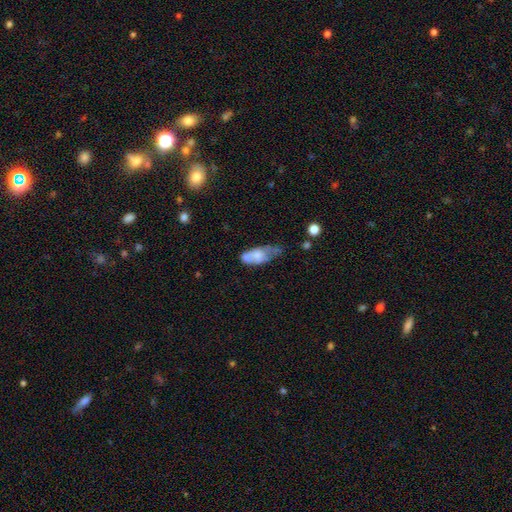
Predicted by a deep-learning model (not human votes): The model was most divided on "merging": minor disturbance: 42%, none: 26%, major disturbance: 25%, merger: 7%. More confident: how rounded — in between (84%); smooth or featured — smooth (62%).